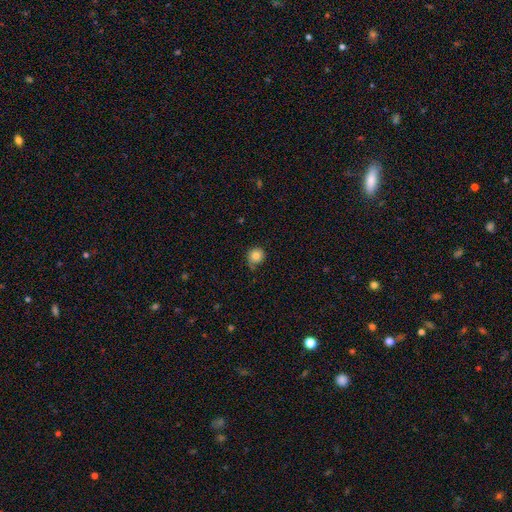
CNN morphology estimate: The model was most divided on "merging": none: 77%, minor disturbance: 17%, merger: 3%, major disturbance: 3%. More confident: how rounded — round (91%); smooth or featured — smooth (83%).